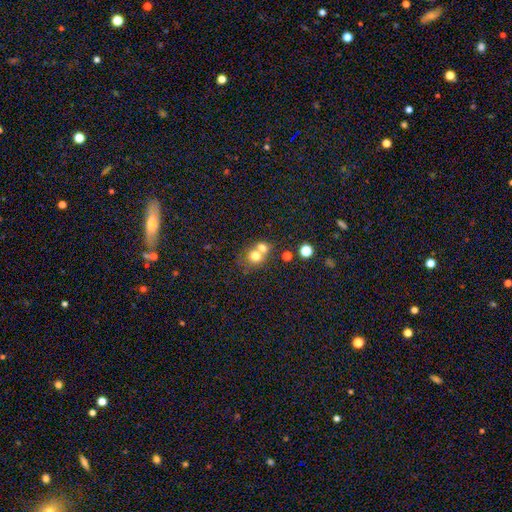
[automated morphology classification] Smooth or featured? Predicted: smooth (p=0.72). How rounded? Predicted: round (p=0.76). Merging? Predicted: merger (p=0.58).